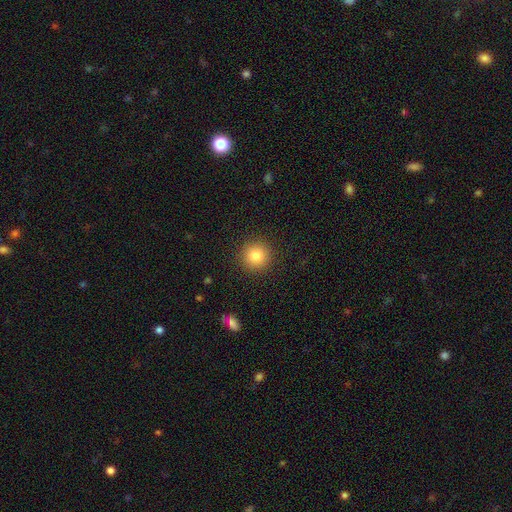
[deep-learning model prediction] smooth 84%, star or artifact 10%, featured or disk 6%. Down the decision tree: how rounded — round (94%); merging — none (91%).